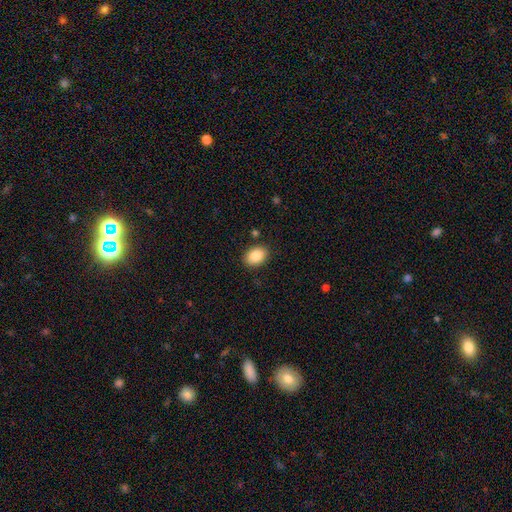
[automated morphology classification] Smooth or featured? Predicted: smooth (p=0.87). How rounded? Predicted: in between (p=0.76). Merging? Predicted: none (p=0.87).